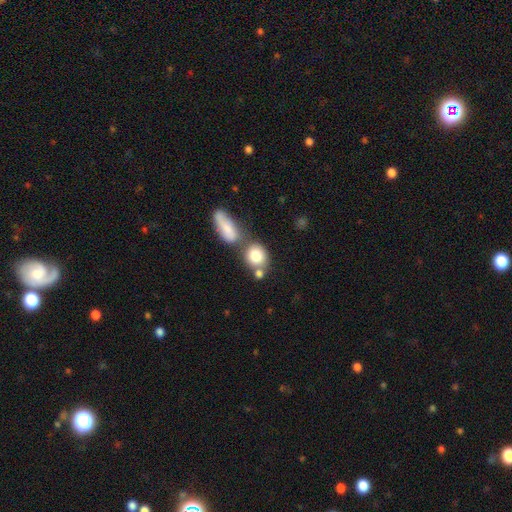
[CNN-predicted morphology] smooth-or-featured: smooth: 81% | featured or disk: 11% | star or artifact: 8%
  how-rounded: round: 63% | in between: 34% | cigar-shaped: 3%
  merging: none: 46% | merger: 38% | minor disturbance: 11% | major disturbance: 5%